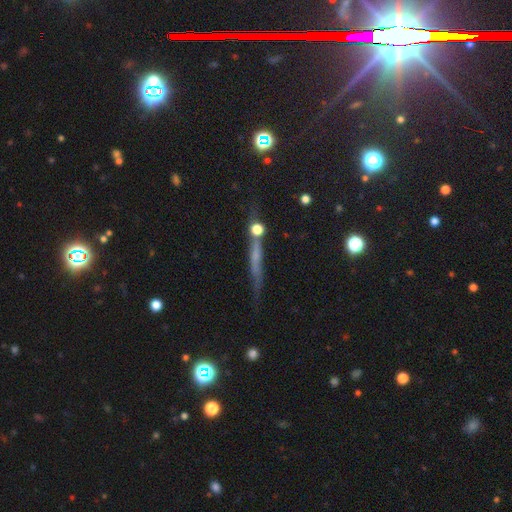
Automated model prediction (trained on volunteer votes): smooth_or_featured: featured or disk (p=0.42) [alt: smooth p=0.39]
merging: none (p=0.66) [alt: minor disturbance p=0.17]